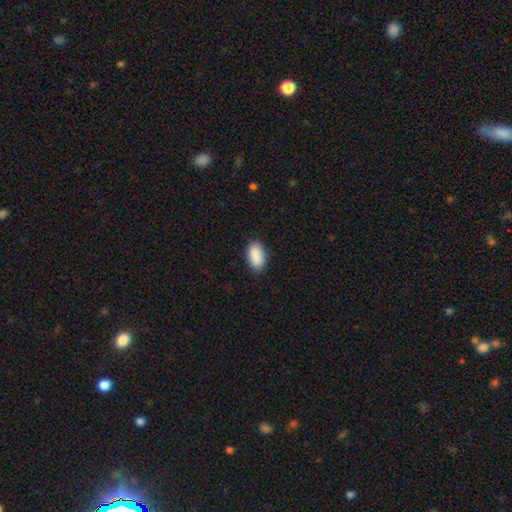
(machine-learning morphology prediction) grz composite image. It shows a smooth galaxy with no disk features (91%) that is in between round and cigar-shaped (94%). Merging: none (87%).